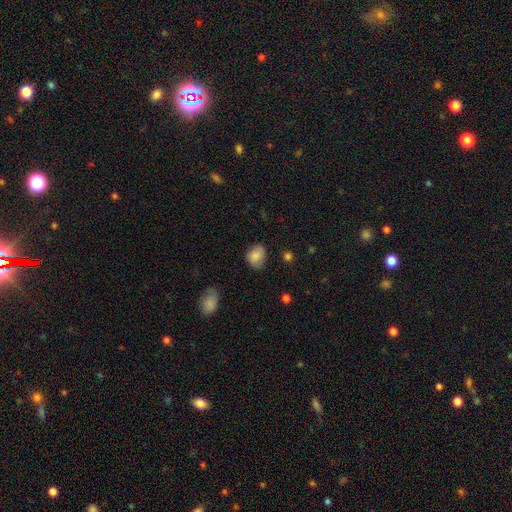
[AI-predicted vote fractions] smooth-or-featured: smooth: 84% | star or artifact: 8% | featured or disk: 8%
  how-rounded: in between: 51% | round: 48% | cigar-shaped: 1%
  merging: none: 70% | minor disturbance: 24% | major disturbance: 5% | merger: 1%